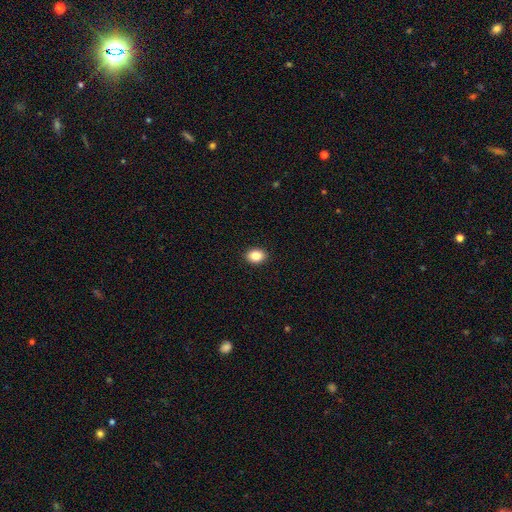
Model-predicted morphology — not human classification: smooth 86%, star or artifact 9%, featured or disk 5%. Down the decision tree: how rounded — in between (64%); merging — none (92%).